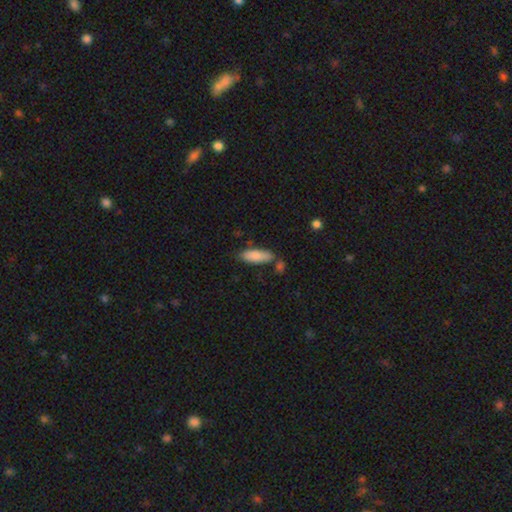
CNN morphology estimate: Smooth or featured? Predicted: smooth (p=0.86). How rounded? Predicted: in between (p=0.65). Merging? Predicted: none (p=0.71).